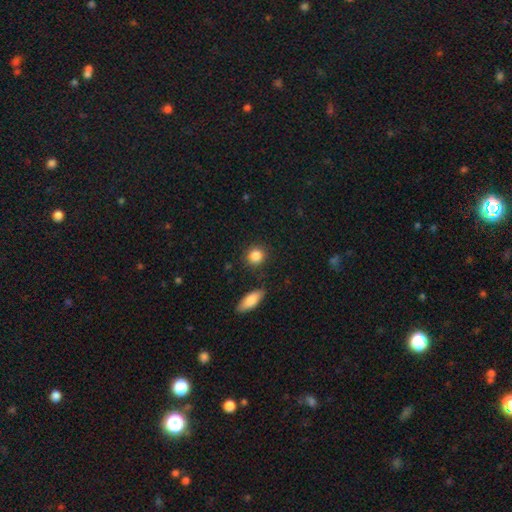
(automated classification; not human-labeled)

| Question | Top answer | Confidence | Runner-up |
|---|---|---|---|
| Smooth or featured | smooth | 86% | star or artifact (9%) |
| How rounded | round | 83% | in between (15%) |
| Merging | none | 85% | minor disturbance (9%) |